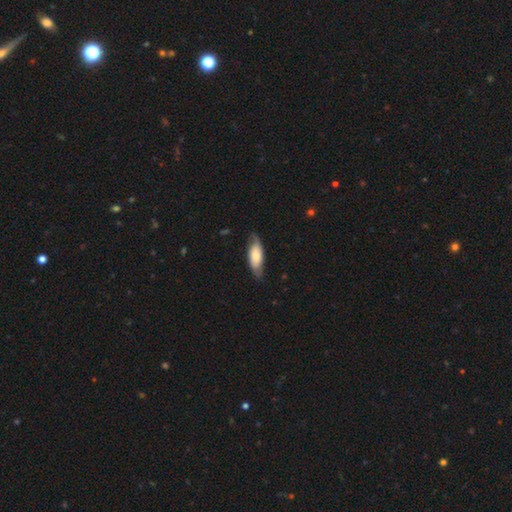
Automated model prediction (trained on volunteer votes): Smooth or featured: smooth — 62% (featured or disk — 32%)
How rounded: in between — 72% (cigar-shaped — 26%)
Merging: none — 74% (minor disturbance — 20%)